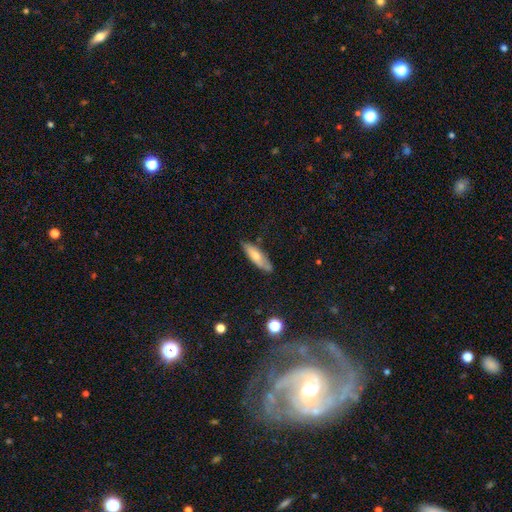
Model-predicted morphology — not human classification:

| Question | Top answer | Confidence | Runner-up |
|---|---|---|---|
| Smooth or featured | smooth | 65% | featured or disk (29%) |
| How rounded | cigar-shaped | 53% | in between (45%) |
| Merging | none | 76% | minor disturbance (19%) |